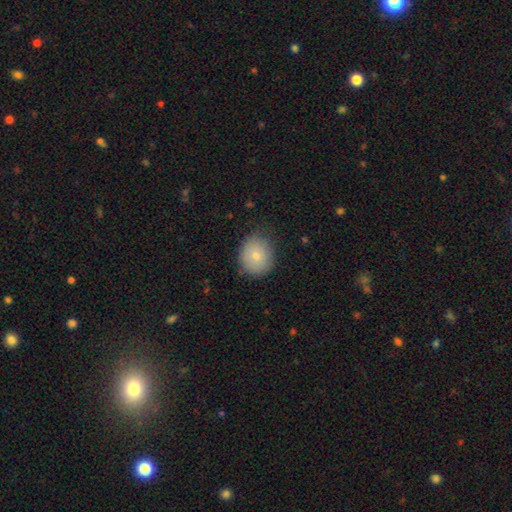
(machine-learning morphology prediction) smooth 78%, featured or disk 14%, star or artifact 9%. Down the decision tree: how rounded — round (74%); merging — none (74%).